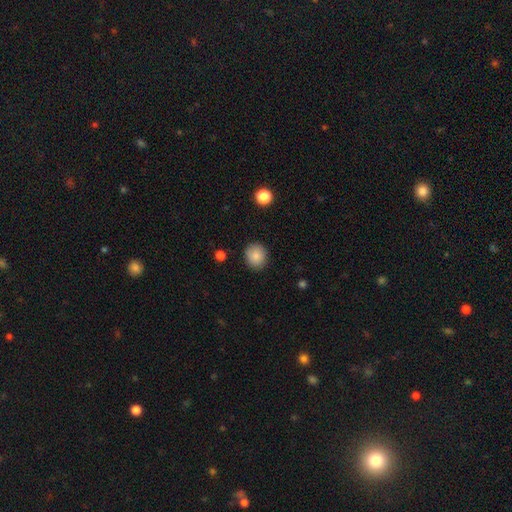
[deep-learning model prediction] The model was most divided on "how rounded": round: 82%, in between: 17%, cigar-shaped: 1%. More confident: merging — none (89%); smooth or featured — smooth (86%).